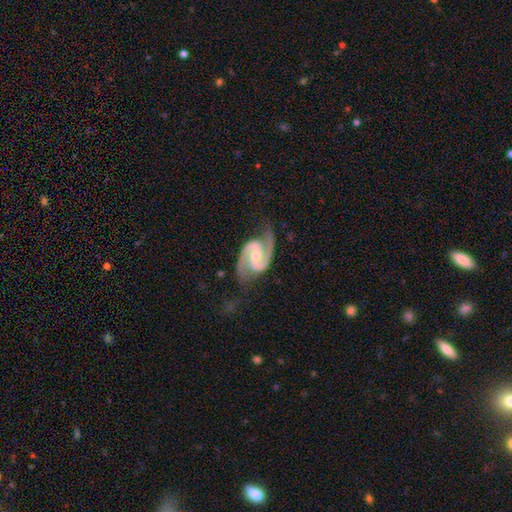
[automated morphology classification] smooth-or-featured: featured or disk: 94% | star or artifact: 4% | smooth: 3%
  disk-edge-on: no: 98% | yes: 2%
    bar: no: 41% (tied) | weak: 41% (tied) | strong: 19%
    has-spiral-arms: yes: 99% | no: 1%
      spiral-winding: medium: 62% | tight: 24% | loose: 14%
      spiral-arm-count: 2: 95% | can't tell: 1% | 3: 1% | 1: 1% | 4: 1% | more than 4: 1%
    bulge-size: moderate: 50% | small: 45% | none: 2% | large: 2% | dominant: 1%
  merging: none: 75% | minor disturbance: 17% | major disturbance: 6% | merger: 2%